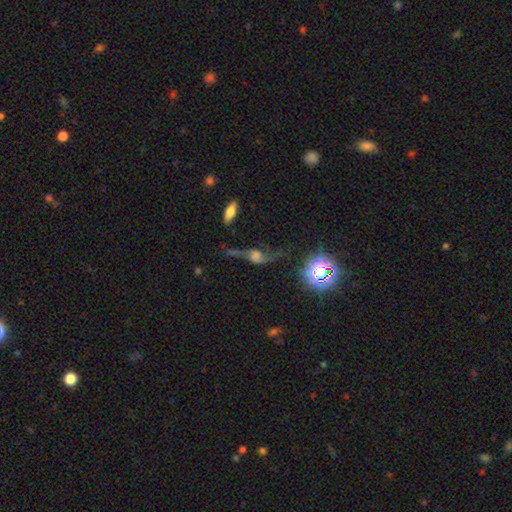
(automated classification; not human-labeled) A featured or disk galaxy (64%) with no bar (65%), spiral arms (81%) and no central bulge (30%). Merging: none (44%).